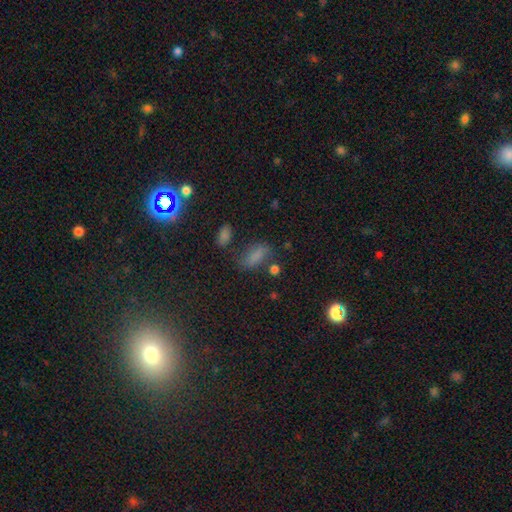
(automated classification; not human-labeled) This is likely a smooth galaxy (72%). How rounded: clearly in between (81%). Merging: possibly none (58%).